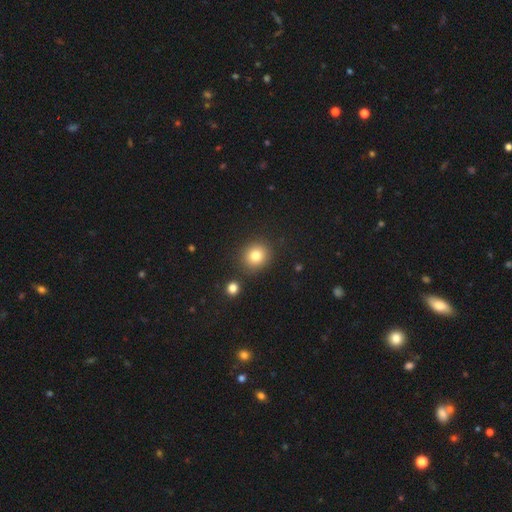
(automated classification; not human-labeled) Morphology: type=smooth (81%); roundness=round (84%); merging=none (86%).